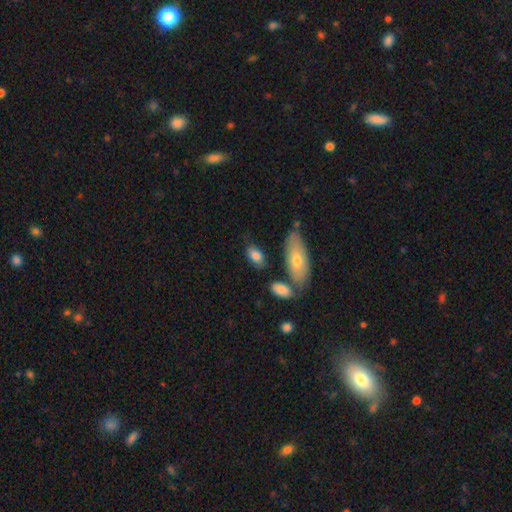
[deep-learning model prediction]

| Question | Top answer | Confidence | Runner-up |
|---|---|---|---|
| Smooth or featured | smooth | 79% | featured or disk (14%) |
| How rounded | in between | 89% | cigar-shaped (6%) |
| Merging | none | 64% | minor disturbance (19%) |